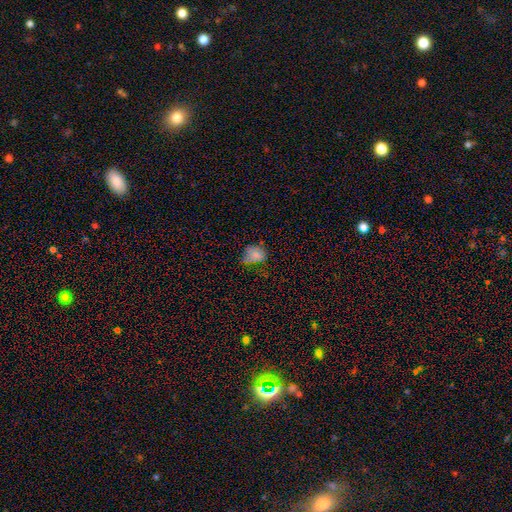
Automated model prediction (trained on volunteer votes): Smooth or featured? Predicted: smooth (p=0.73). How rounded? Predicted: in between (p=0.52). Merging? Predicted: none (p=0.49).